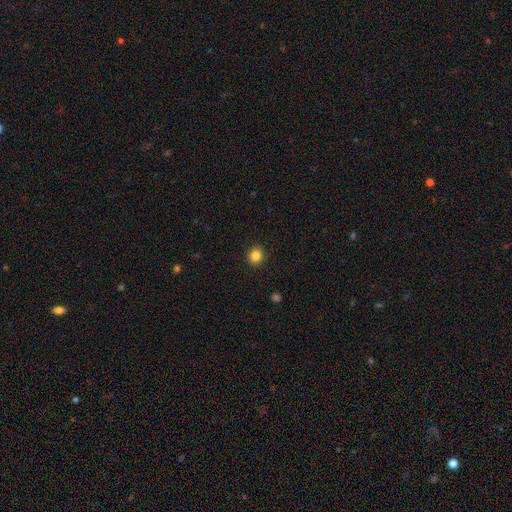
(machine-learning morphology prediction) Smooth or featured? smooth (85%)
How rounded? round (86%)
Merging? none (92%)